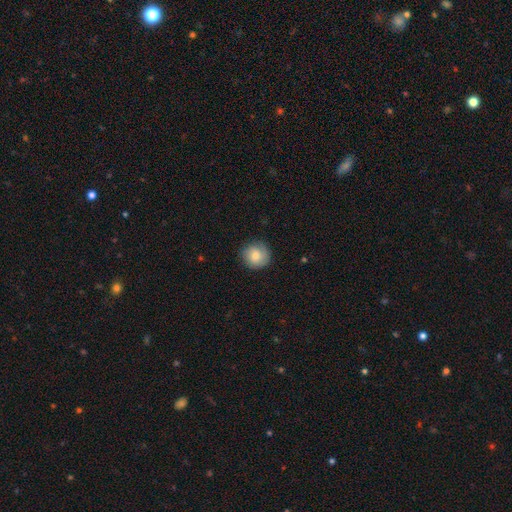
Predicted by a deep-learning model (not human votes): Smooth or featured? smooth (69%)
How rounded? round (92%)
Merging? none (82%)